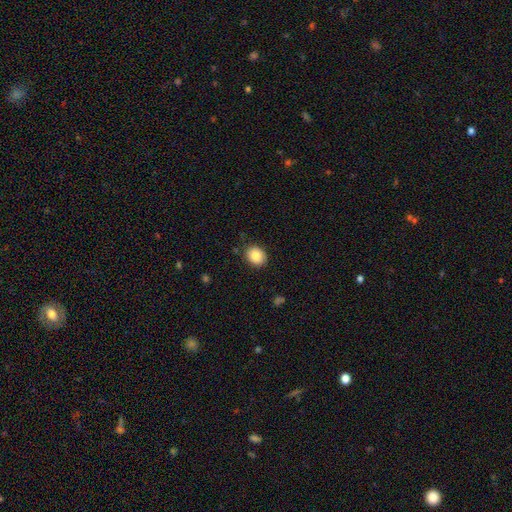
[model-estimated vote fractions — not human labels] This appears to be a smooth galaxy with no disk features (86%) that is round (57%). Merging: none (86%).